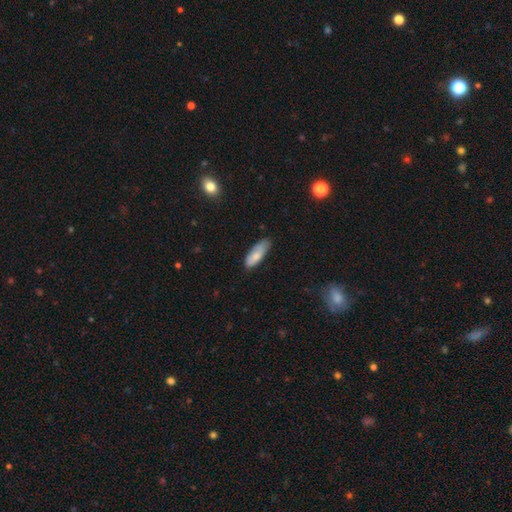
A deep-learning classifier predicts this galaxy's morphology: The model was most divided on "how rounded": in between: 65%, cigar-shaped: 33%, round: 2%. More confident: smooth or featured — smooth (78%); merging — none (67%).